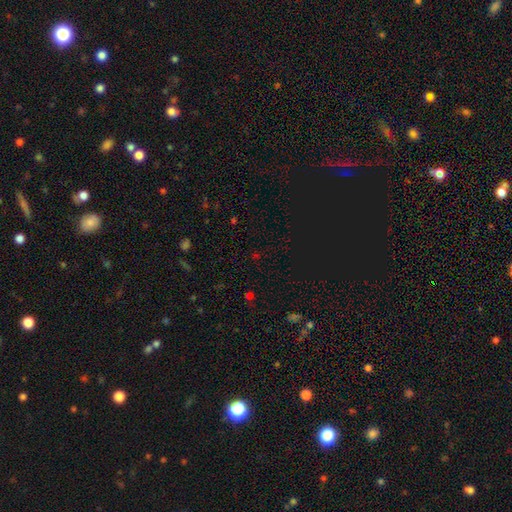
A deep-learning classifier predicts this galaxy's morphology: A star or artifact, not a galaxy (65%).

Vote fractions:
- Smooth or featured? star or artifact: 65% / smooth: 28% / featured or disk: 7%